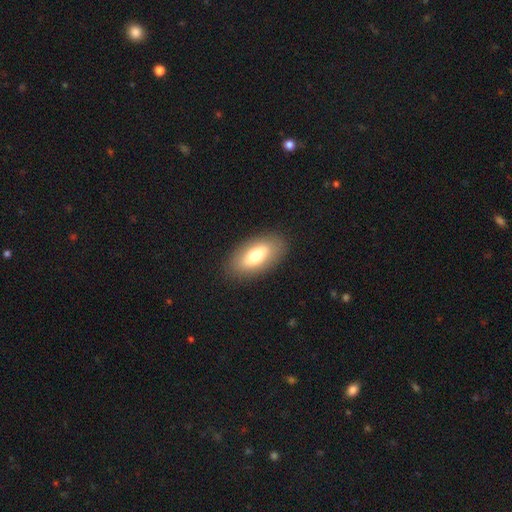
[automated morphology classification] A smooth galaxy with no disk features (68%) that is in between round and cigar-shaped (90%). Merging: none (88%).